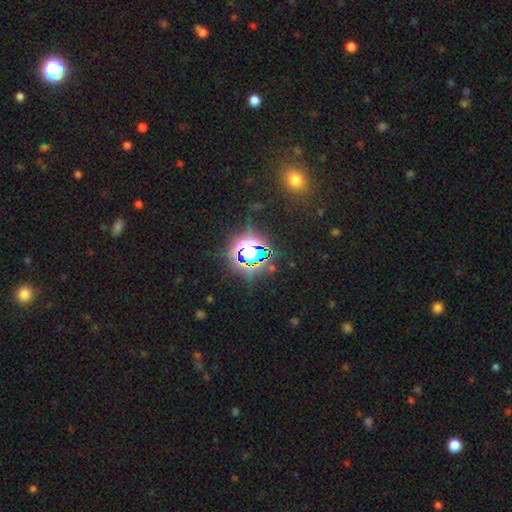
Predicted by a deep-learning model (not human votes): Smooth or featured? Predicted: star or artifact (p=0.75).